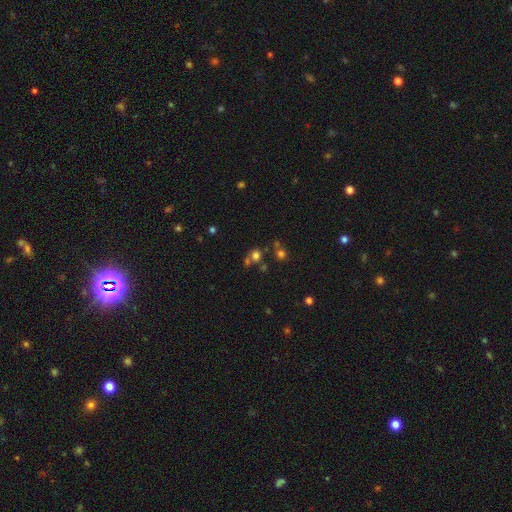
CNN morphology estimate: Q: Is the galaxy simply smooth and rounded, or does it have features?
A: smooth — 65%.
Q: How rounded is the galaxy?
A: round — 83%.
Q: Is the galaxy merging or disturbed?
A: none — 58%.